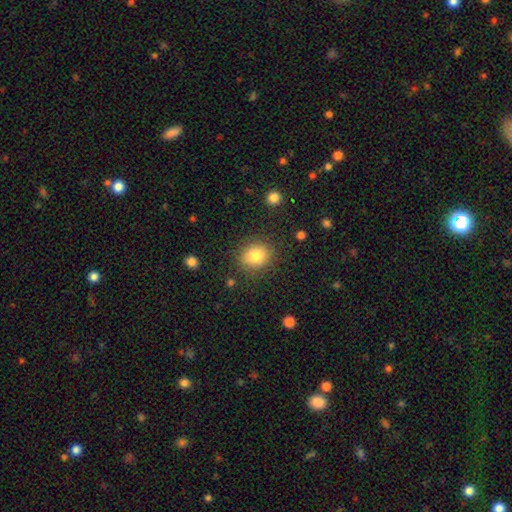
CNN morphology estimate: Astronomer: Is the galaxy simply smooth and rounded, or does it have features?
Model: smooth — 82%.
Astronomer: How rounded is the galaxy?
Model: round — 69%.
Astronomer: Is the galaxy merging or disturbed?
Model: none — 85%.